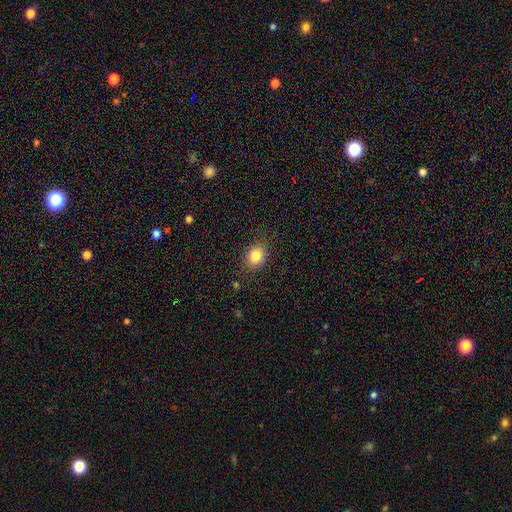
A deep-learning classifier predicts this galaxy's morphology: A smooth galaxy with no disk features (84%) that is in between round and cigar-shaped (54%). Merging: none (85%).